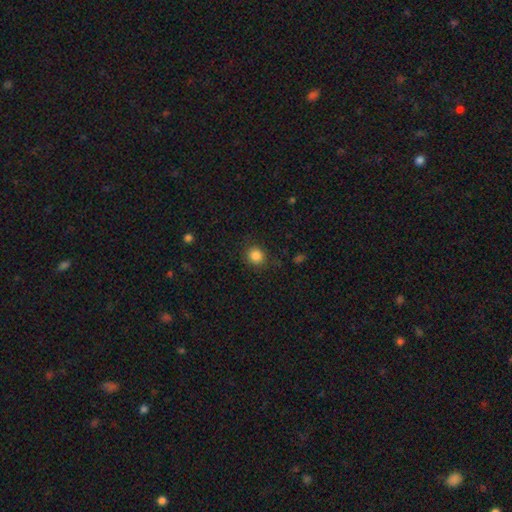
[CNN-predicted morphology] Smooth or featured: smooth — 85% (star or artifact — 11%)
How rounded: round — 86% (in between — 13%)
Merging: none — 85% (minor disturbance — 10%)